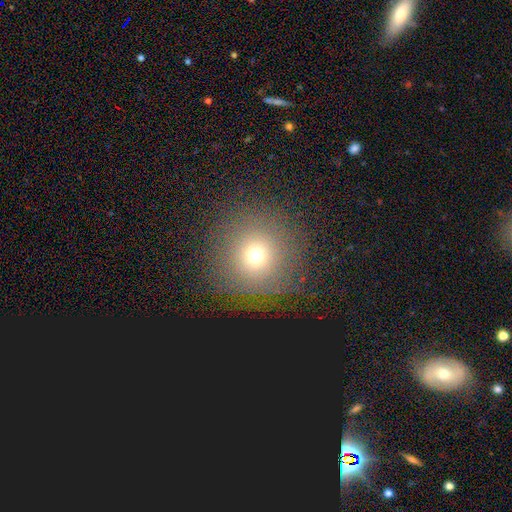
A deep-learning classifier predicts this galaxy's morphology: Smooth or featured?
  - smooth: 67% *
  - star or artifact: 21%
  - featured or disk: 12%
How rounded?
  - round: 94% *
  - in between: 5%
  - cigar-shaped: 1%
Merging?
  - none: 85% *
  - minor disturbance: 9%
  - major disturbance: 5%
  - merger: 1%